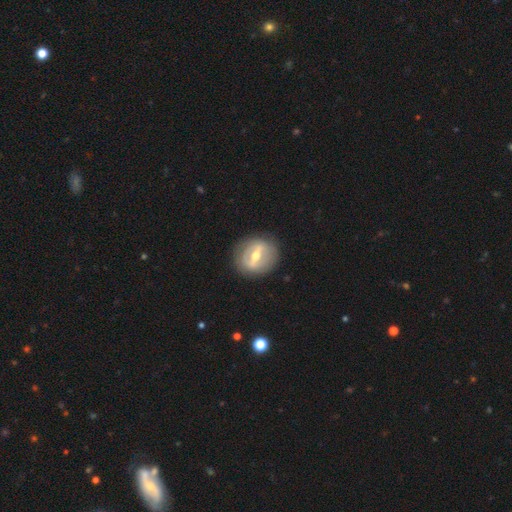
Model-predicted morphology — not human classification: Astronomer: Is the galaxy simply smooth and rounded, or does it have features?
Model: featured or disk — 70%.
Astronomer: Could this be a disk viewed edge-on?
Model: no — 89%.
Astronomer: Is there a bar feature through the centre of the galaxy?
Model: strong — 65%.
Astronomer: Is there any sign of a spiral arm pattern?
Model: no — 71%.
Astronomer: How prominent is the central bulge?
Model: moderate — 73%.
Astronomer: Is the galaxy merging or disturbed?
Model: none — 84%.